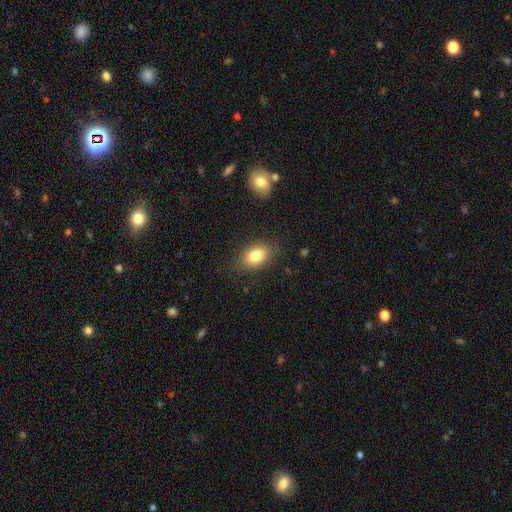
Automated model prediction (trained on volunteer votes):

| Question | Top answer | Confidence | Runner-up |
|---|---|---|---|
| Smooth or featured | smooth | 80% | featured or disk (11%) |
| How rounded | in between | 81% | round (17%) |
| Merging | none | 81% | minor disturbance (14%) |